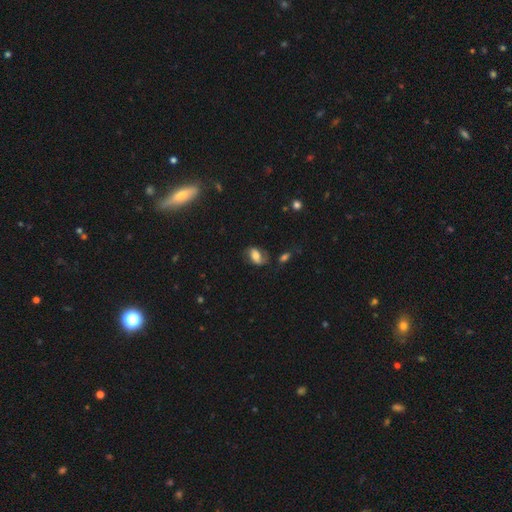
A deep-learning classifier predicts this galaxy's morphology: This appears to be a smooth galaxy with no disk features (54%) that is in between round and cigar-shaped (85%). Merging: none (62%).